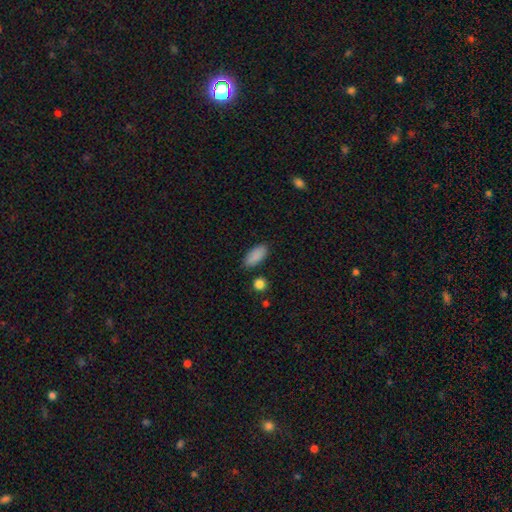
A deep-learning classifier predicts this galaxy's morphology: Smooth or featured?
  - smooth: 88% *
  - star or artifact: 7%
  - featured or disk: 5%
How rounded?
  - in between: 88% *
  - cigar-shaped: 9%
  - round: 3%
Merging?
  - none: 83% *
  - minor disturbance: 12%
  - merger: 3%
  - major disturbance: 3%